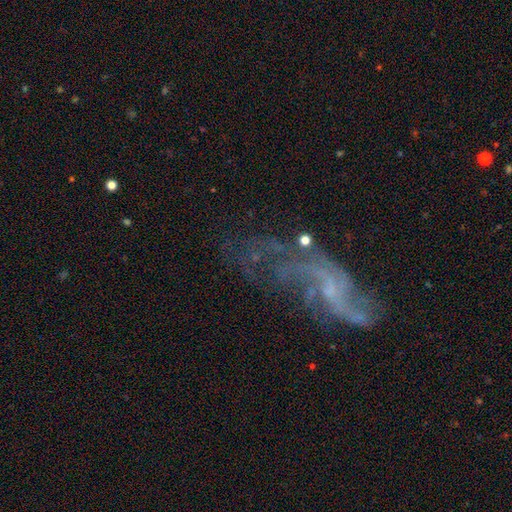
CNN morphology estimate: featured or disk 75%, star or artifact 14%, smooth 11%. Down the decision tree: edge-on disk — no (91%); bar — no (61%); spiral arms — yes (81%); spiral arm count — 2 (44%); spiral winding — loose (71%); bulge size — small (63%); merging — none (46%).